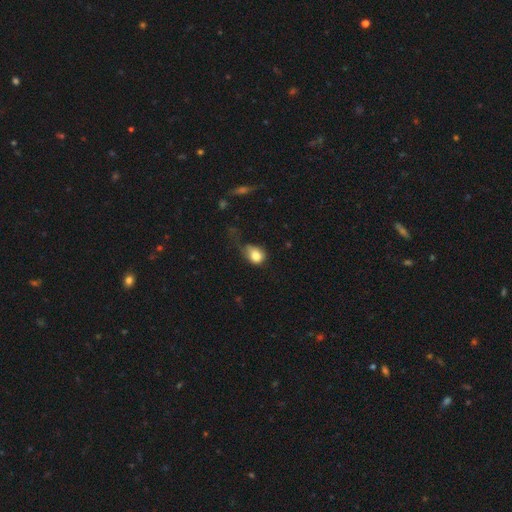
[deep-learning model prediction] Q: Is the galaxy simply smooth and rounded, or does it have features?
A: smooth — 79%.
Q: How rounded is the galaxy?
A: round — 53%.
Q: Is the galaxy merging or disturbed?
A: minor disturbance — 35%.